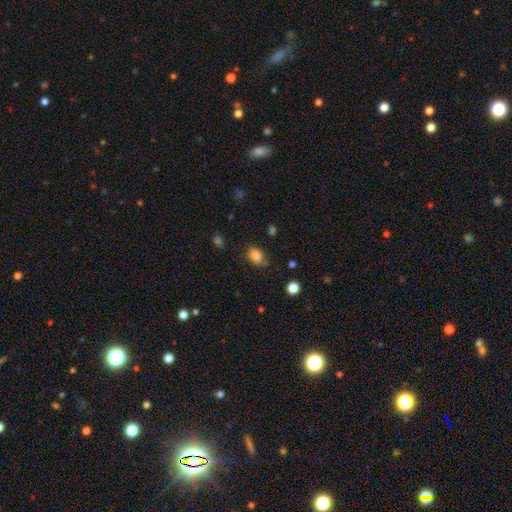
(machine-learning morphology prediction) smooth-or-featured: smooth: 84% | star or artifact: 10% | featured or disk: 6%
  how-rounded: in between: 74% | round: 25% | cigar-shaped: 1%
  merging: none: 73% | minor disturbance: 20% | major disturbance: 5% | merger: 2%